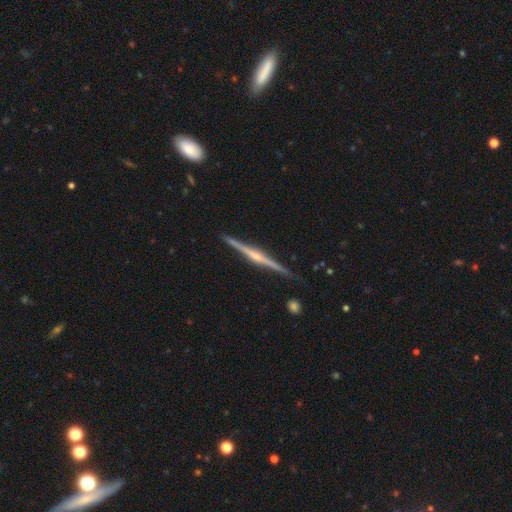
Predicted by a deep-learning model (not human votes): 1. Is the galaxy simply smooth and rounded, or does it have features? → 83% featured or disk, 12% smooth, 5% star or artifact.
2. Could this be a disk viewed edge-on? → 99% yes, 1% no.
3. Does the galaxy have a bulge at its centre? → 77% rounded, 13% none, 10% boxy.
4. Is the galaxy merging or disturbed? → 89% none, 8% minor disturbance, 1% major disturbance, 1% merger.